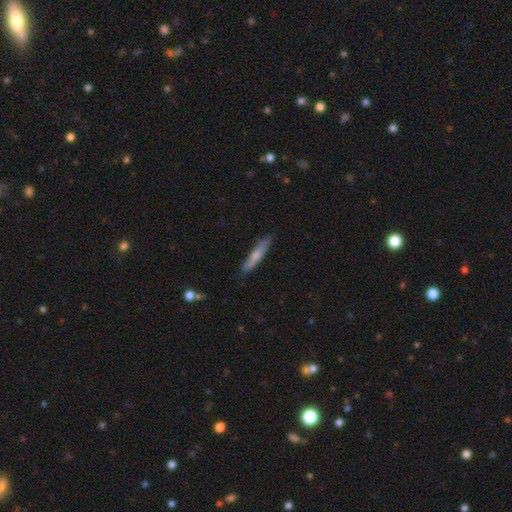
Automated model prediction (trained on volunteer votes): A smooth galaxy with no disk features (65%) that is cigar-shaped (90%).

Vote fractions:
- Smooth or featured? smooth: 65% / featured or disk: 29% / star or artifact: 6%
- How rounded? cigar-shaped: 90% / in between: 8% / round: 2%
- Merging? none: 80% / minor disturbance: 16% / major disturbance: 3% / merger: 2%